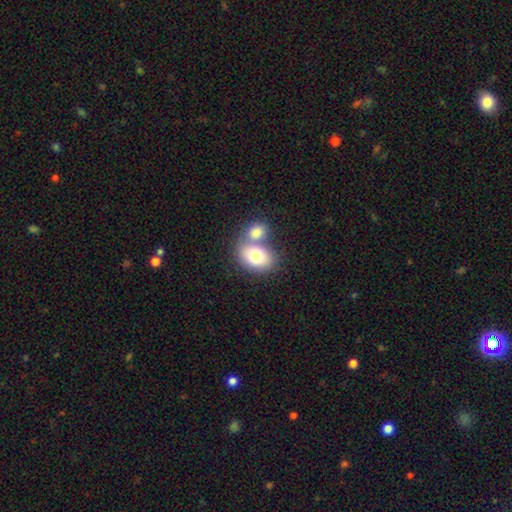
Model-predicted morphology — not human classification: smooth 75%, featured or disk 17%, star or artifact 8%. Down the decision tree: how rounded — in between (72%); merging — merger (52%).